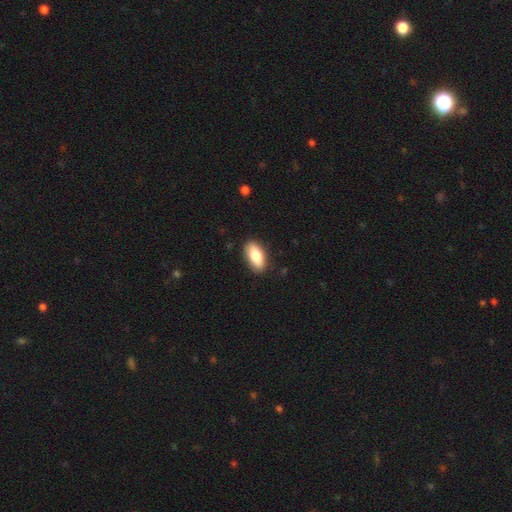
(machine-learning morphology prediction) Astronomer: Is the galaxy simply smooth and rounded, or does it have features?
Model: smooth — 81%.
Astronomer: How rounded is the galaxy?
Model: in between — 88%.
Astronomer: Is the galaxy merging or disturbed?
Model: none — 87%.